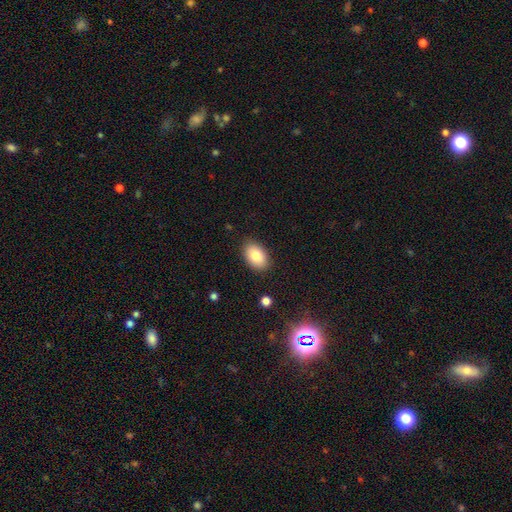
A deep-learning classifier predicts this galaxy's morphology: Smooth or featured: smooth — 85% (featured or disk — 8%)
How rounded: in between — 90% (round — 9%)
Merging: none — 87% (minor disturbance — 10%)